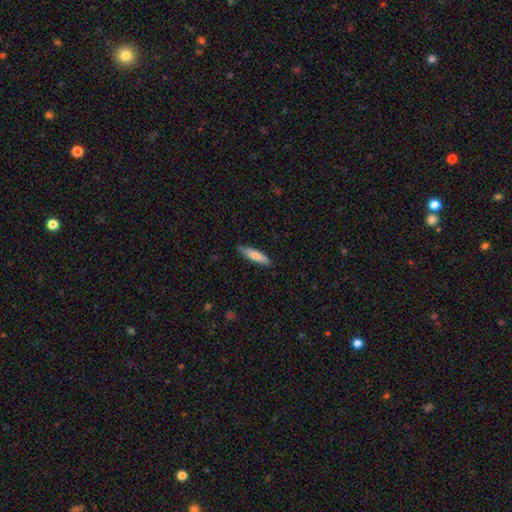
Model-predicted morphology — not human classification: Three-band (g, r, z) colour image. It shows a smooth galaxy with no disk features (79%) that is cigar-shaped (72%). Merging: none (85%).